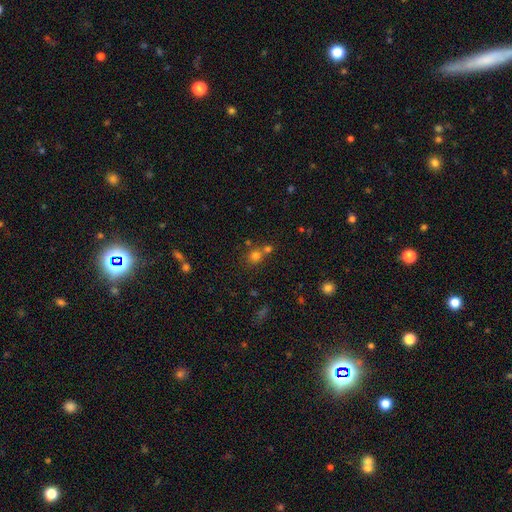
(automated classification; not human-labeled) This is likely a smooth galaxy (72%). How rounded: clearly round (85%). Merging: possibly none (54%).